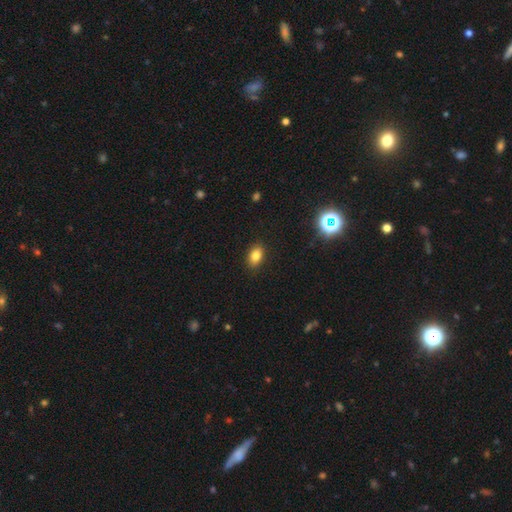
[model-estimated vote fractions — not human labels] Q: Smooth or featured?
A: smooth (82%); runner-up: star or artifact (10%)
Q: How rounded?
A: in between (85%); runner-up: round (12%)
Q: Merging?
A: none (88%); runner-up: minor disturbance (9%)